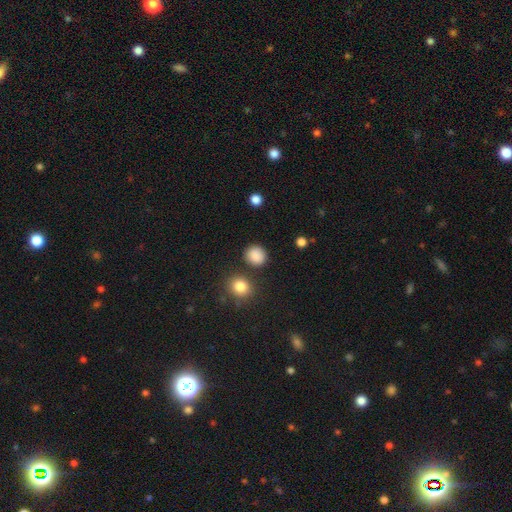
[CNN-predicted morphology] A smooth galaxy with no disk features (87%) that is round (84%). Merging: none (85%).